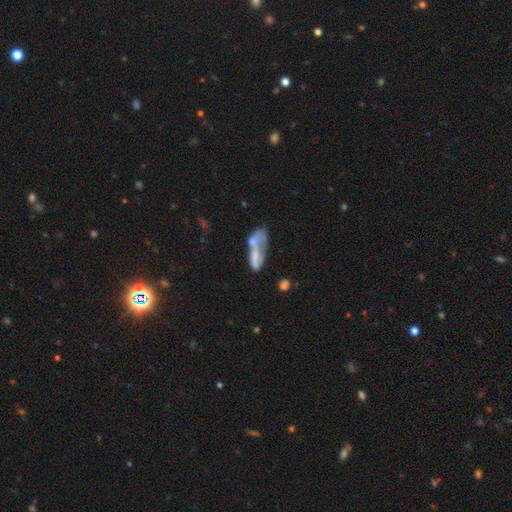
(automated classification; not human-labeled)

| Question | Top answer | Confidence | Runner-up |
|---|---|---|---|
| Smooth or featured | smooth | 50% | featured or disk (41%) |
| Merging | merger | 41% | major disturbance (25%) |